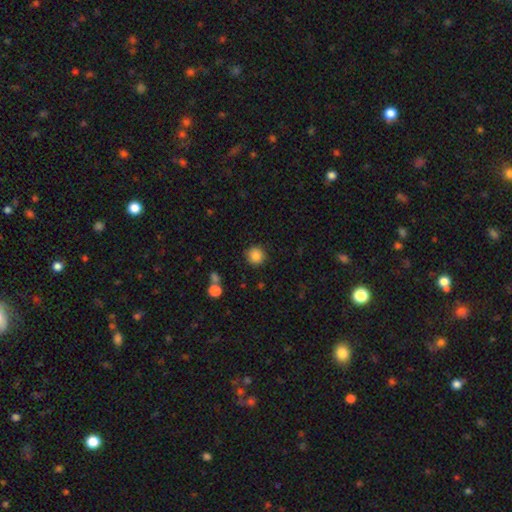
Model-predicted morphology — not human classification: A smooth galaxy with no disk features (86%) that is round (94%). Merging: none (90%).